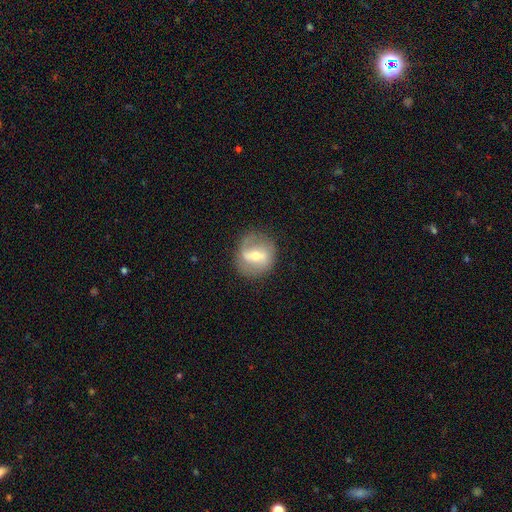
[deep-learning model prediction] smooth_or_featured: featured or disk (p=0.69) [alt: smooth p=0.24]
disk_edge_on: no (p=0.95) [alt: yes p=0.05]
bar: strong (p=0.44) [alt: weak p=0.41]
has_spiral_arms: yes (p=0.78) [alt: no p=0.22]
spiral_winding: loose (p=0.43) [alt: medium p=0.39]
spiral_arm_count: 2 (p=0.79) [alt: can't tell p=0.09]
bulge_size: moderate (p=0.56) [alt: small p=0.37]
merging: none (p=0.76) [alt: minor disturbance p=0.15]